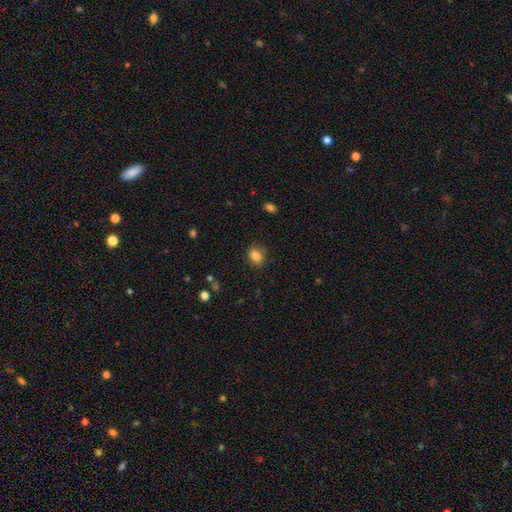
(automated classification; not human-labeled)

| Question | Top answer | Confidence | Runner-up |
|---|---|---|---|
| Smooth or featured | smooth | 84% | star or artifact (10%) |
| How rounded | in between | 53% | round (46%) |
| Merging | none | 83% | minor disturbance (13%) |